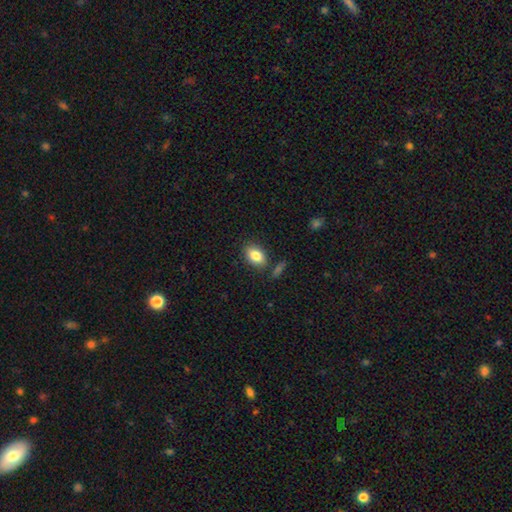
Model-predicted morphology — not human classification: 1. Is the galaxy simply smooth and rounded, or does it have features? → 84% smooth, 9% featured or disk, 8% star or artifact.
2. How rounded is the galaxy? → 85% in between, 14% round, 2% cigar-shaped.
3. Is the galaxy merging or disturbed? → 80% none, 12% minor disturbance, 5% merger, 3% major disturbance.